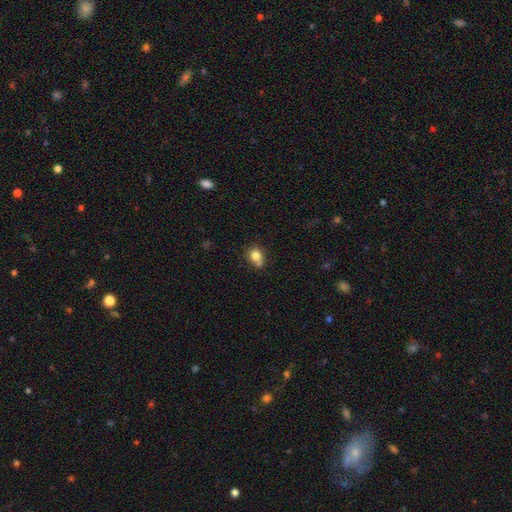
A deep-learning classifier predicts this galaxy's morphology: smooth_or_featured: smooth (p=0.79) [alt: star or artifact p=0.11]
how_rounded: round (p=0.67) [alt: in between p=0.32]
merging: none (p=0.55) [alt: merger p=0.23]